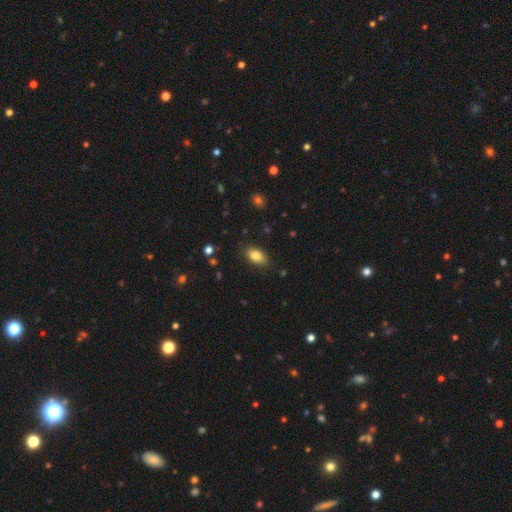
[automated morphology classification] The model was most divided on "merging": none: 84%, minor disturbance: 12%, major disturbance: 3%, merger: 1%. More confident: how rounded — in between (91%); smooth or featured — smooth (84%).